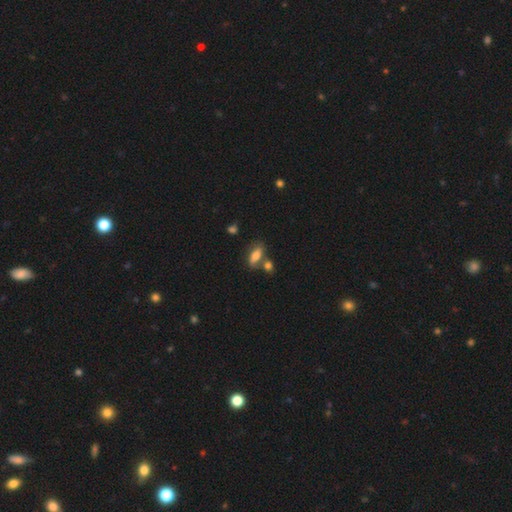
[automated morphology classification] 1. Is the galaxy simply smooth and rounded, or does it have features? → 72% smooth, 19% featured or disk, 9% star or artifact.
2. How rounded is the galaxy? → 74% in between, 20% cigar-shaped, 5% round.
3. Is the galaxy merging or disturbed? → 58% none, 22% merger, 15% minor disturbance, 5% major disturbance.